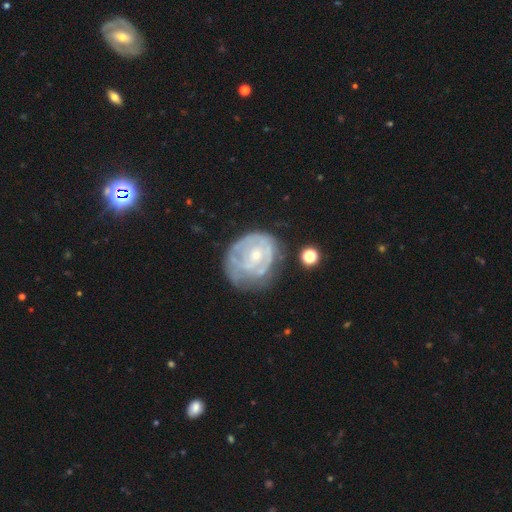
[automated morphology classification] A featured or disk galaxy (71%) with no bar (74%), spiral arms (66%) and a small central bulge (68%). Merging: none (49%).